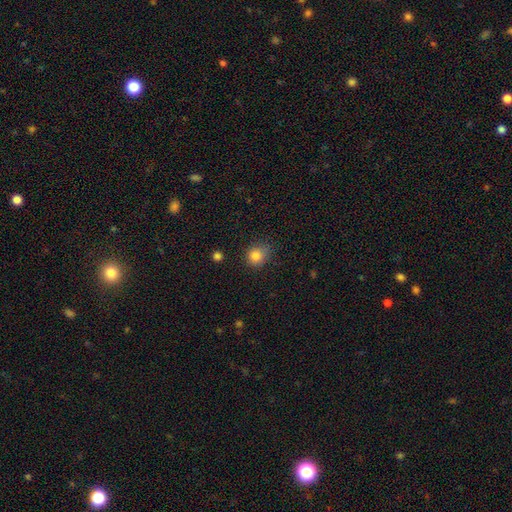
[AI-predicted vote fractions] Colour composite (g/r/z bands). It shows a smooth galaxy with no disk features (83%) that is round (72%). Merging: none (66%).